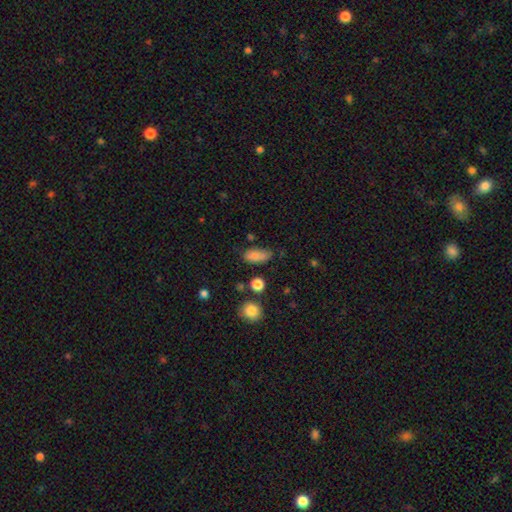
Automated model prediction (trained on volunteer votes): Smooth or featured?
  - smooth: 84% *
  - star or artifact: 10%
  - featured or disk: 6%
How rounded?
  - in between: 85% *
  - cigar-shaped: 10%
  - round: 5%
Merging?
  - none: 67% *
  - minor disturbance: 23%
  - major disturbance: 6%
  - merger: 4%